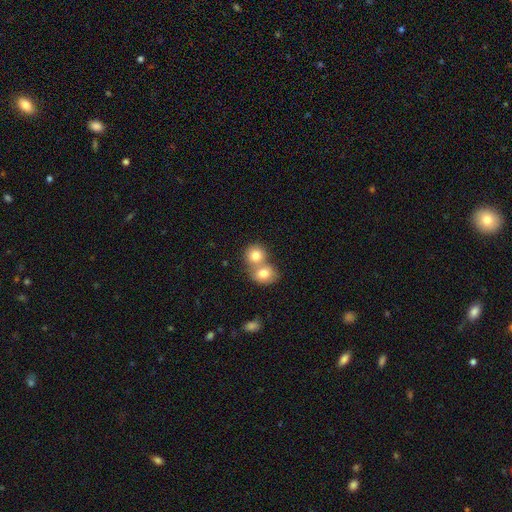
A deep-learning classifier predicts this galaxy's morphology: A smooth galaxy with no disk features (79%) that is round (77%).

Vote fractions:
- Smooth or featured? smooth: 79% / featured or disk: 12% / star or artifact: 9%
- How rounded? round: 77% / in between: 22% / cigar-shaped: 1%
- Merging? merger: 62% / none: 31% / minor disturbance: 5% / major disturbance: 2%